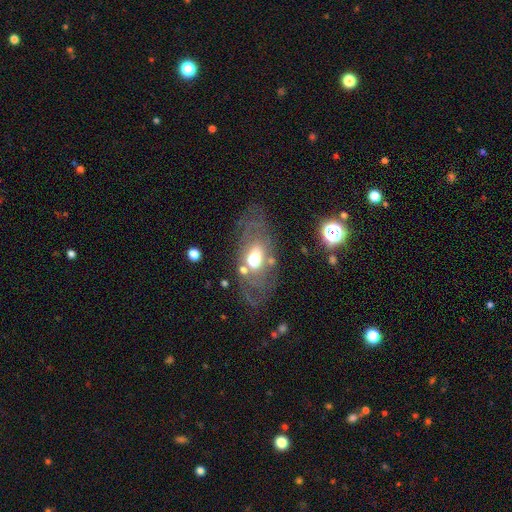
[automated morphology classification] Smooth or featured? featured or disk (60%)
Edge-on disk? no (88%)
Bar? no (69%)
Spiral arms? no (61%)
Bulge size? moderate (56%)
Merging? none (63%)